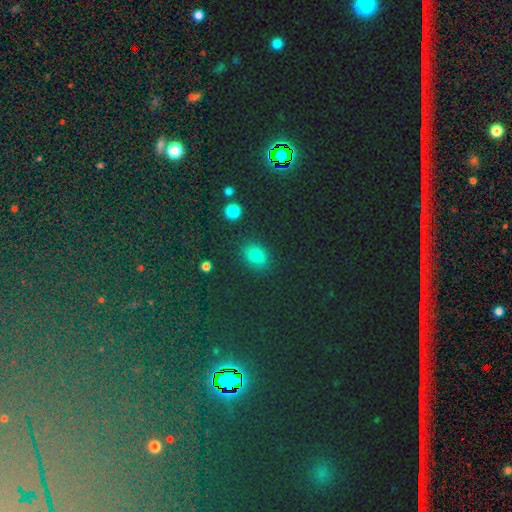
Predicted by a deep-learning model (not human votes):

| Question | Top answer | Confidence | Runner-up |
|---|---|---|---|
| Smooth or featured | smooth | 73% | star or artifact (20%) |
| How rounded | in between | 66% | round (32%) |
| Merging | none | 80% | minor disturbance (12%) |